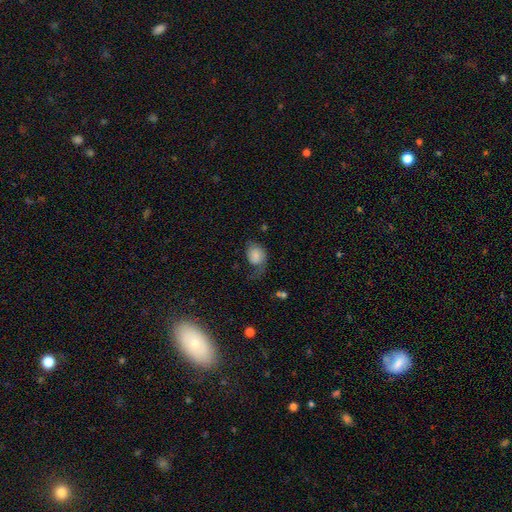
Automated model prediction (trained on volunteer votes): Smooth or featured?
  - smooth: 70% *
  - featured or disk: 22%
  - star or artifact: 8%
How rounded?
  - in between: 68% *
  - round: 31%
  - cigar-shaped: 1%
Merging?
  - major disturbance: 39% *
  - none: 31%
  - minor disturbance: 27%
  - merger: 3%